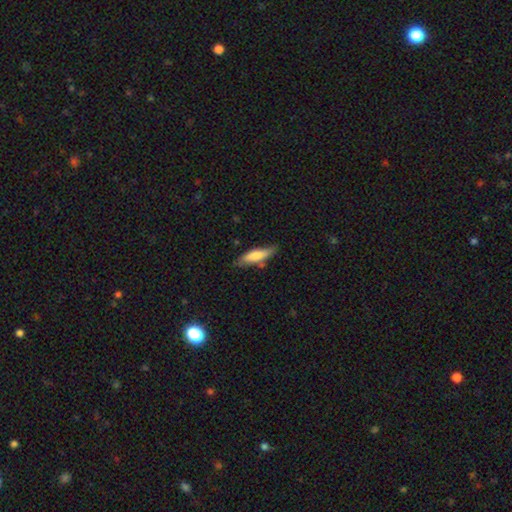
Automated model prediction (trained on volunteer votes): Overall: smooth (74%). How rounded: cigar-shaped (62%; in between 37%). Merging: none (70%).